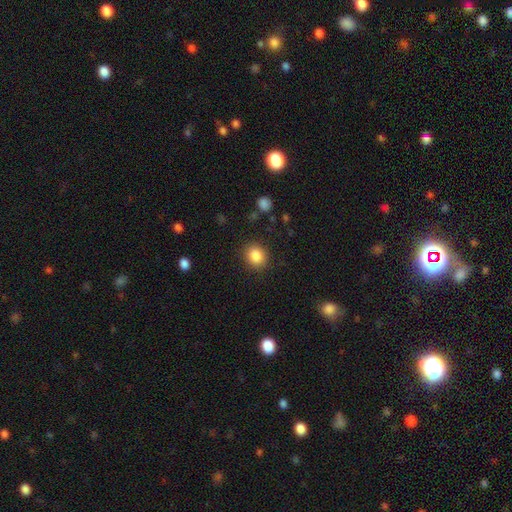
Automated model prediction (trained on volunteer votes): Morphology: type=smooth (86%); roundness=round (71%); merging=none (88%).